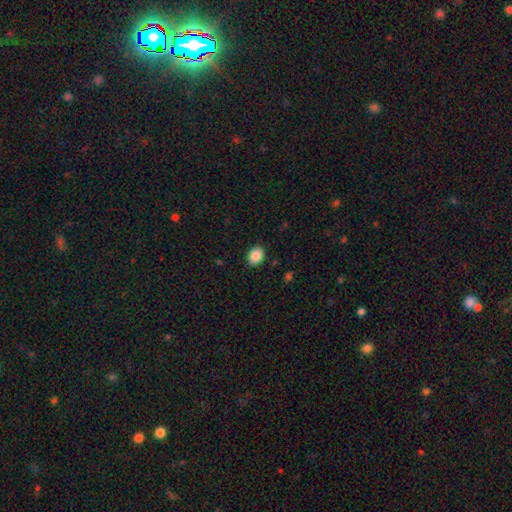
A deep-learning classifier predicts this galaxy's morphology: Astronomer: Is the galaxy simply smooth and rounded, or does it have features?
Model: smooth — 87%.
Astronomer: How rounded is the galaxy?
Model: in between — 63%.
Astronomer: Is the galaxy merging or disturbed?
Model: none — 89%.